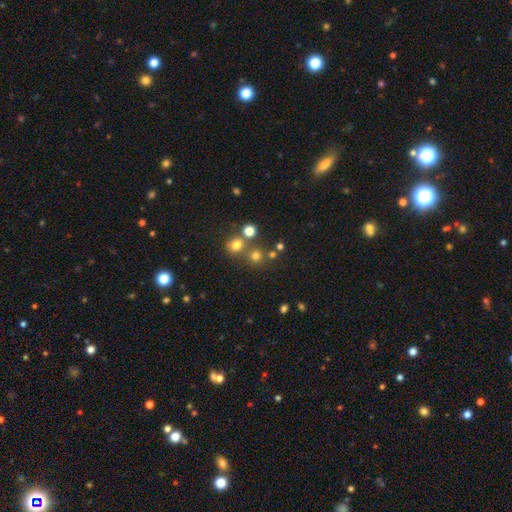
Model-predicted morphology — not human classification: smooth_or_featured: smooth (p=0.71) [alt: star or artifact p=0.21]
how_rounded: round (p=0.89) [alt: in between p=0.10]
merging: none (p=0.66) [alt: merger p=0.23]